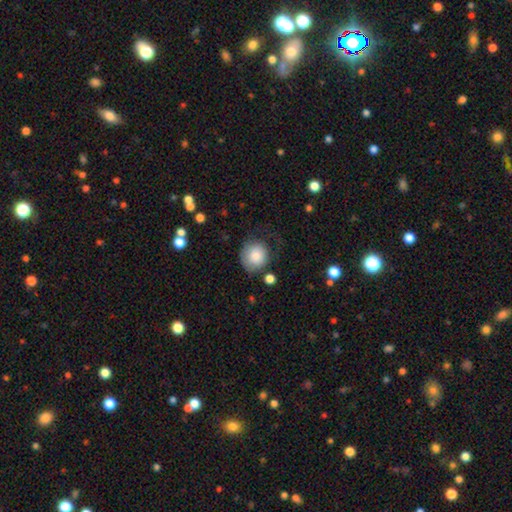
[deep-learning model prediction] The model was most divided on "merging": none: 62%, minor disturbance: 22%, major disturbance: 13%, merger: 4%. More confident: how rounded — round (85%); smooth or featured — smooth (84%).